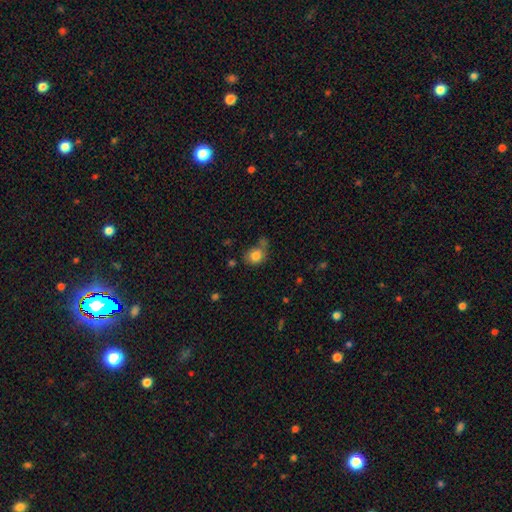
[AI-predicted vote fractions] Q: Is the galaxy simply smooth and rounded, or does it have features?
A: smooth — 82%.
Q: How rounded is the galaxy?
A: round — 66%.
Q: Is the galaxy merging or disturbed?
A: none — 49%.